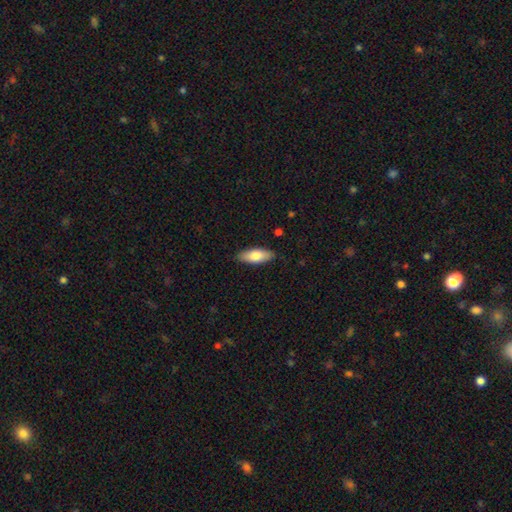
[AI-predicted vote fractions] Smooth or featured: smooth — 77% (featured or disk — 17%)
How rounded: in between — 75% (cigar-shaped — 23%)
Merging: none — 88% (minor disturbance — 9%)